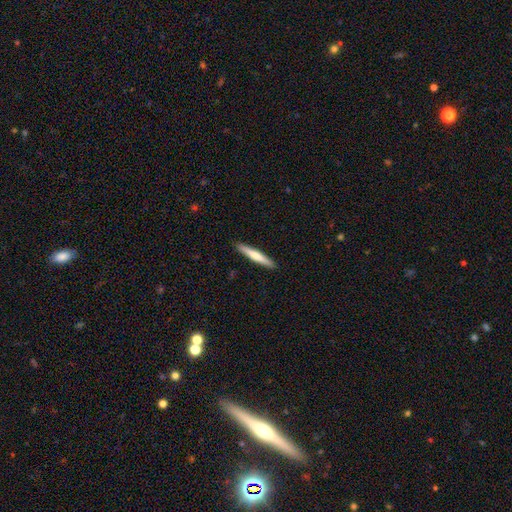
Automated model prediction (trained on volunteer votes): Smooth or featured? Predicted: smooth (p=0.59). How rounded? Predicted: cigar-shaped (p=0.94). Merging? Predicted: none (p=0.92).